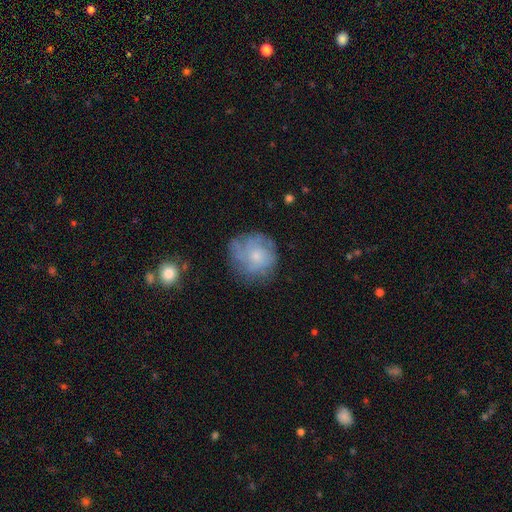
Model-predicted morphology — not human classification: Smooth or featured: smooth — 45% (tied with featured or disk — 45%)
Merging: none — 67% (minor disturbance — 21%)